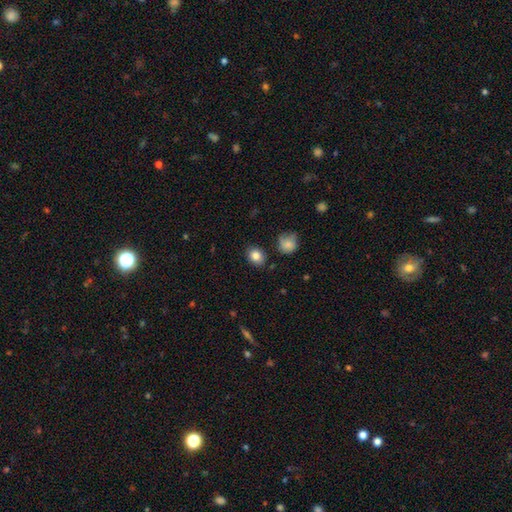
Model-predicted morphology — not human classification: Q: Smooth or featured?
A: smooth (84%); runner-up: star or artifact (9%)
Q: How rounded?
A: in between (52%); runner-up: round (47%)
Q: Merging?
A: none (84%); runner-up: minor disturbance (11%)